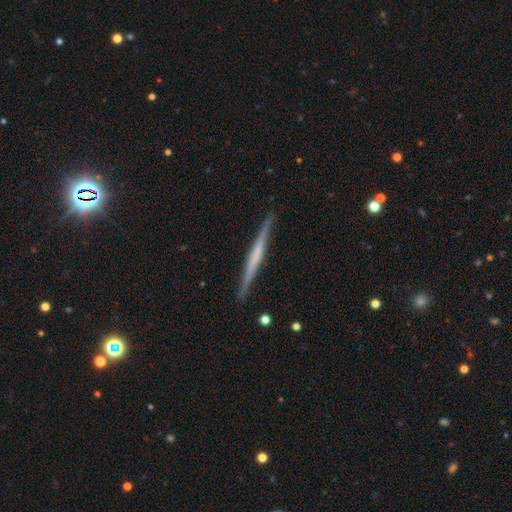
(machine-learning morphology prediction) featured or disk 65%, smooth 30%, star or artifact 5%. Down the decision tree: edge-on disk — yes (98%); edge-on bulge — none (66%); merging — none (90%).